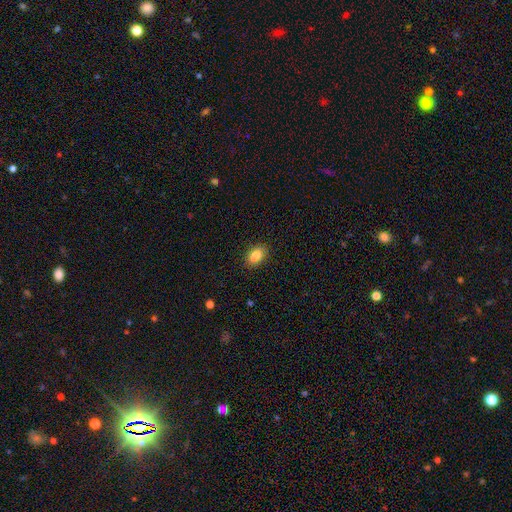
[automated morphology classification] type=smooth (86%); roundness=in between (88%); merging=none (86%).